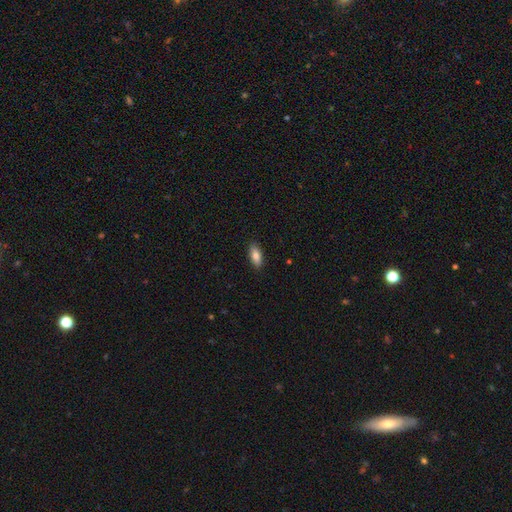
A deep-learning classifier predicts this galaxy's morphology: A smooth galaxy with no disk features (83%) that is in between round and cigar-shaped (78%).

Vote fractions:
- Smooth or featured? smooth: 83% / featured or disk: 10% / star or artifact: 6%
- How rounded? in between: 78% / cigar-shaped: 20% / round: 2%
- Merging? none: 88% / minor disturbance: 9% / major disturbance: 2% / merger: 1%